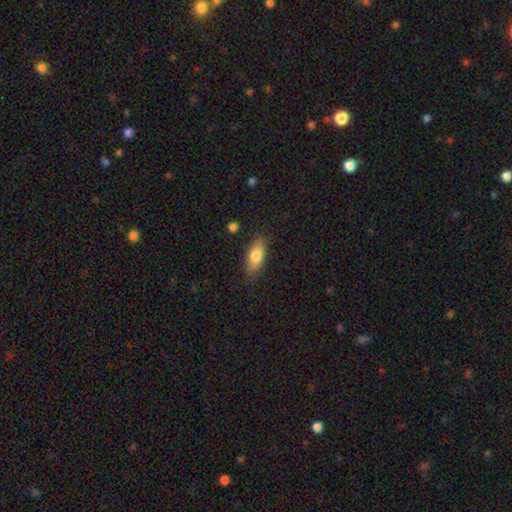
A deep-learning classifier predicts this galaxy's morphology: The model was most divided on "how rounded": in between: 79%, cigar-shaped: 18%, round: 3%. More confident: merging — none (83%); smooth or featured — smooth (79%).